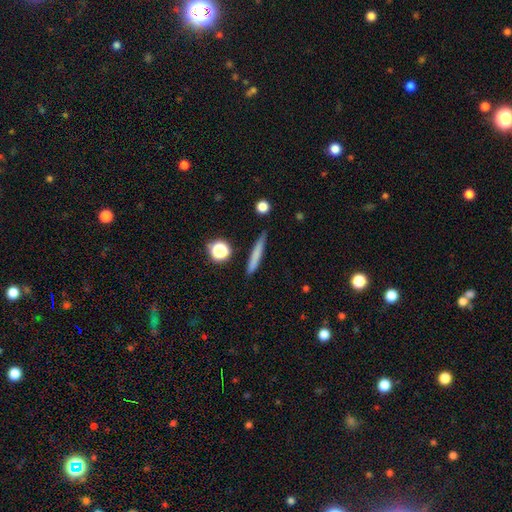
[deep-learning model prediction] Smooth or featured?
  - smooth: 69% *
  - featured or disk: 23%
  - star or artifact: 8%
How rounded?
  - cigar-shaped: 92% *
  - in between: 5%
  - round: 4%
Merging?
  - none: 86% *
  - minor disturbance: 10%
  - merger: 2%
  - major disturbance: 2%